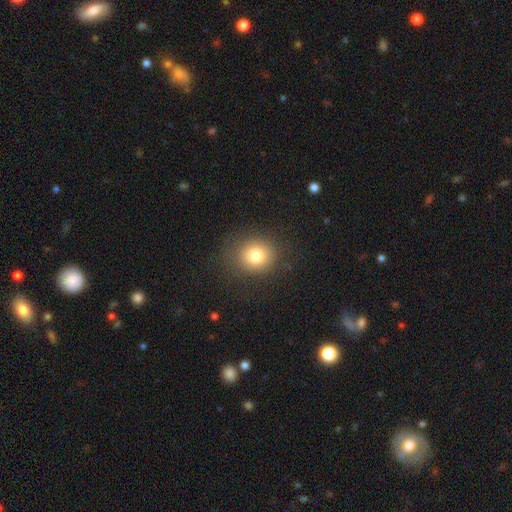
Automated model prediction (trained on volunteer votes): A smooth galaxy with no disk features (78%) that is round (76%).

Vote fractions:
- Smooth or featured? smooth: 78% / star or artifact: 13% / featured or disk: 9%
- How rounded? round: 76% / in between: 23% / cigar-shaped: 1%
- Merging? none: 84% / minor disturbance: 10% / major disturbance: 5% / merger: 1%